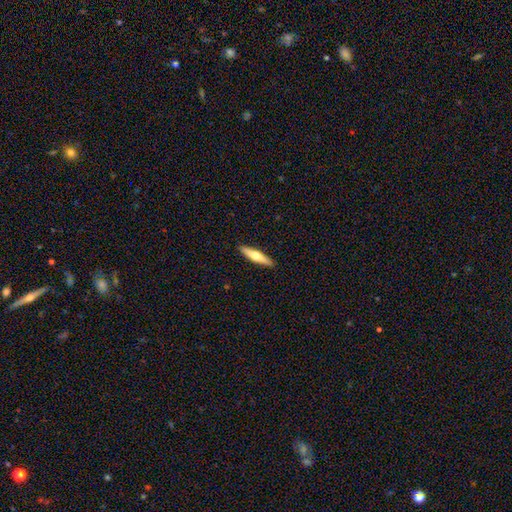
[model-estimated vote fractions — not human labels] Smooth or featured: smooth — 51% (featured or disk — 44%)
How rounded: cigar-shaped — 83% (in between — 15%)
Merging: none — 91% (minor disturbance — 7%)